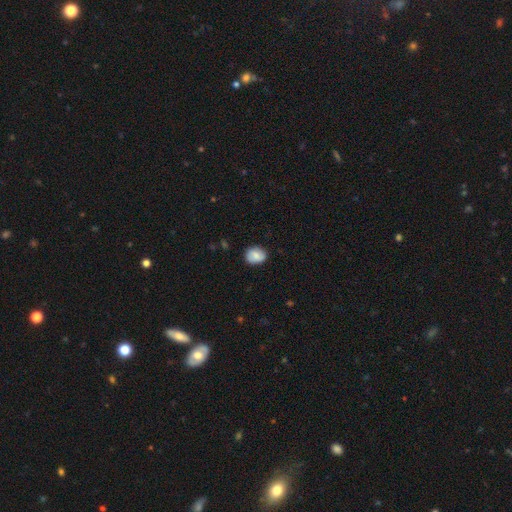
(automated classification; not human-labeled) Smooth or featured: smooth — 79% (featured or disk — 13%)
How rounded: round — 50% (in between — 49%)
Merging: none — 83% (minor disturbance — 14%)